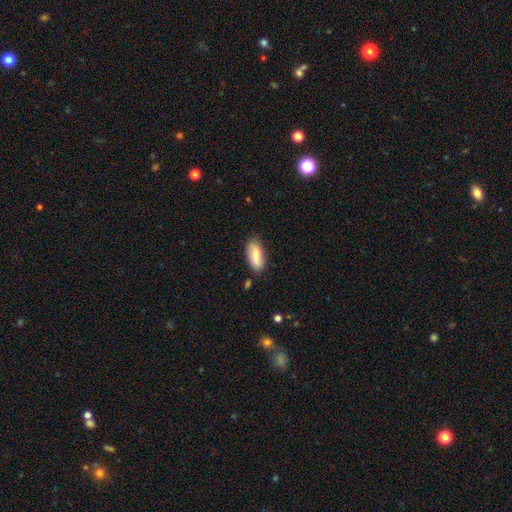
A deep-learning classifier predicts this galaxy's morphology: smooth-or-featured: smooth: 76% | featured or disk: 18% | star or artifact: 6%
  how-rounded: in between: 81% | cigar-shaped: 17% | round: 2%
  merging: none: 80% | minor disturbance: 14% | major disturbance: 3% | merger: 3%